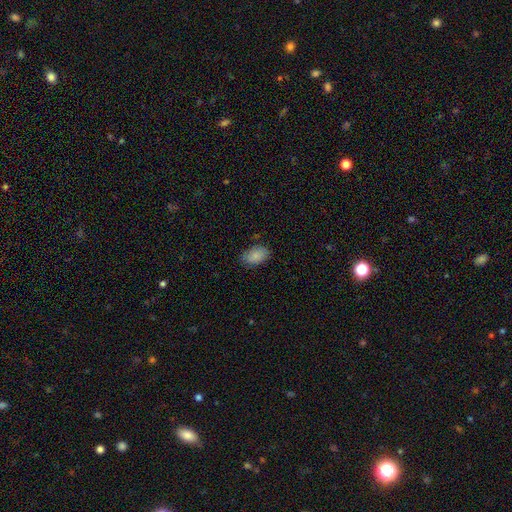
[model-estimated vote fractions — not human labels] smooth_or_featured: smooth (p=0.84) [alt: featured or disk p=0.09]
how_rounded: in between (p=0.92) [alt: round p=0.07]
merging: none (p=0.79) [alt: minor disturbance p=0.16]